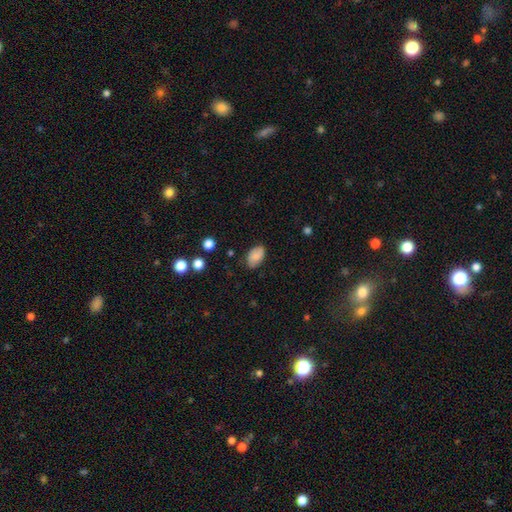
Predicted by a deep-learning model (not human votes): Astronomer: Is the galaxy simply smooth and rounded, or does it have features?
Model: smooth — 78%.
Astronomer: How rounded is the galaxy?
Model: in between — 90%.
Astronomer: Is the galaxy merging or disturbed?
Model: none — 78%.